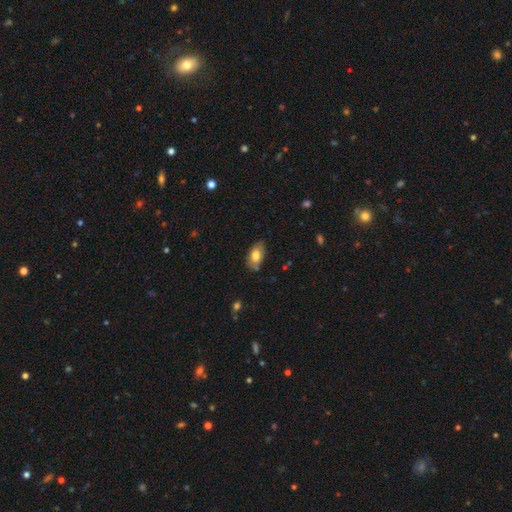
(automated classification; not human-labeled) A smooth galaxy with no disk features (76%) that is in between round and cigar-shaped (92%).

Vote fractions:
- Smooth or featured? smooth: 76% / featured or disk: 17% / star or artifact: 7%
- How rounded? in between: 92% / round: 5% / cigar-shaped: 3%
- Merging? none: 76% / minor disturbance: 19% / major disturbance: 3% / merger: 2%